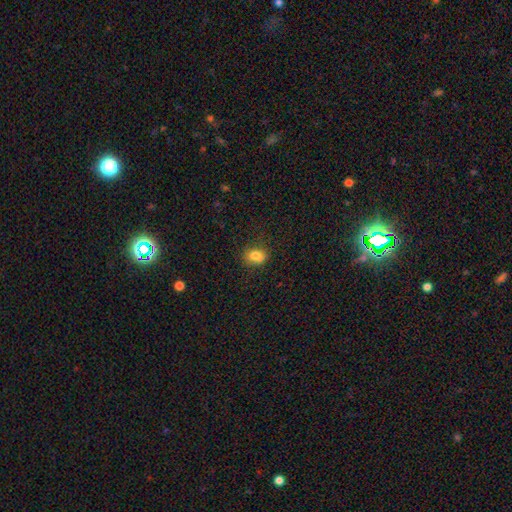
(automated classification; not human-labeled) This appears to be a smooth galaxy with no disk features (77%) that is round (51%). Merging: none (57%).